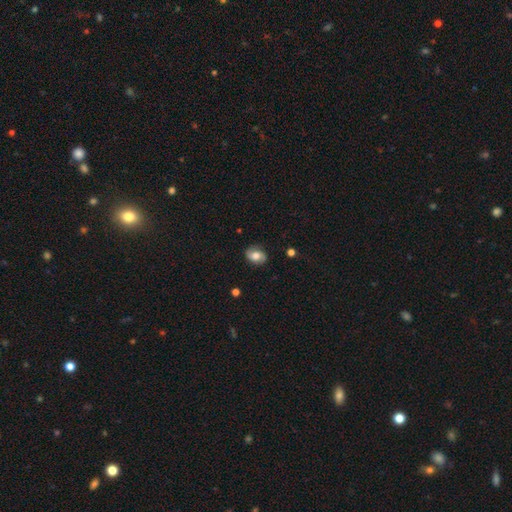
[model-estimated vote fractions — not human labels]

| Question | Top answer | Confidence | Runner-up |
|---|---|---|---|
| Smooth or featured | smooth | 58% | featured or disk (33%) |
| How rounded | in between | 64% | round (34%) |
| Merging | none | 79% | minor disturbance (16%) |